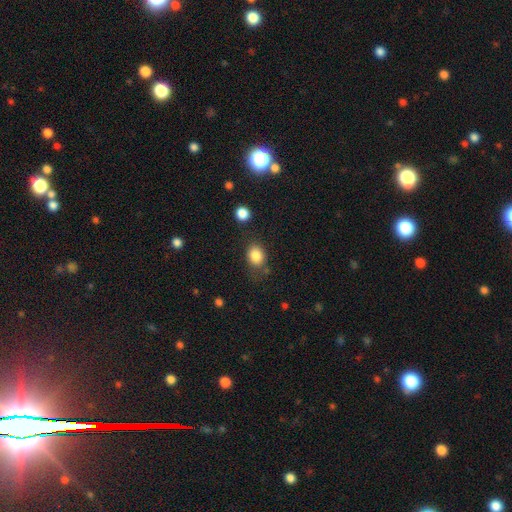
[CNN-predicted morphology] Overall: smooth (85%). How rounded: in between (59%; round 40%). Merging: none (70%).